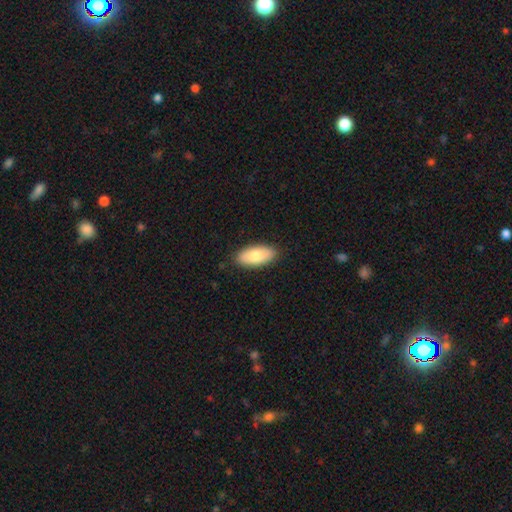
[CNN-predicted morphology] This appears to be a smooth galaxy with no disk features (77%) that is in between round and cigar-shaped (92%). Merging: none (87%).